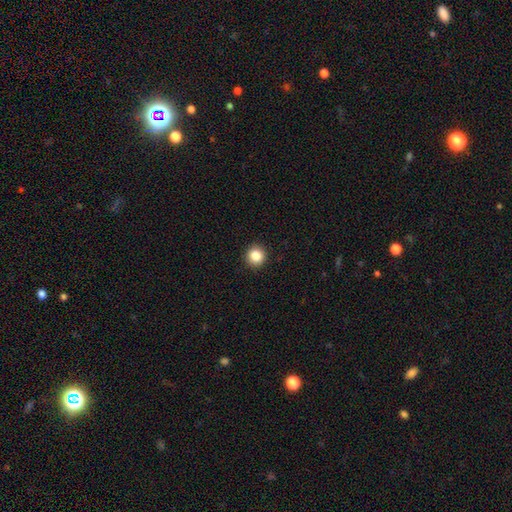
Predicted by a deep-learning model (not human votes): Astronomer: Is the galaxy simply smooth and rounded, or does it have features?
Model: smooth — 85%.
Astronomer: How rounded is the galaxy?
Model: round — 93%.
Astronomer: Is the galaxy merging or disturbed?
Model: none — 93%.